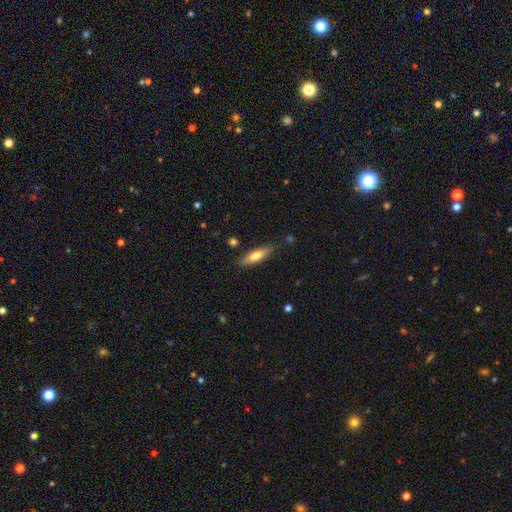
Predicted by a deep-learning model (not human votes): This is likely a smooth galaxy (64%). How rounded: likely cigar-shaped (71%). Merging: clearly none (84%).